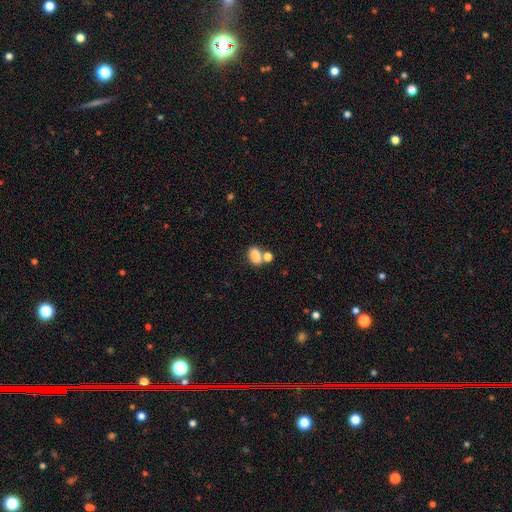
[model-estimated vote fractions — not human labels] Smooth or featured?
  - smooth: 83% *
  - star or artifact: 9%
  - featured or disk: 8%
How rounded?
  - in between: 83% *
  - round: 15%
  - cigar-shaped: 2%
Merging?
  - none: 49% *
  - merger: 36%
  - minor disturbance: 11%
  - major disturbance: 4%